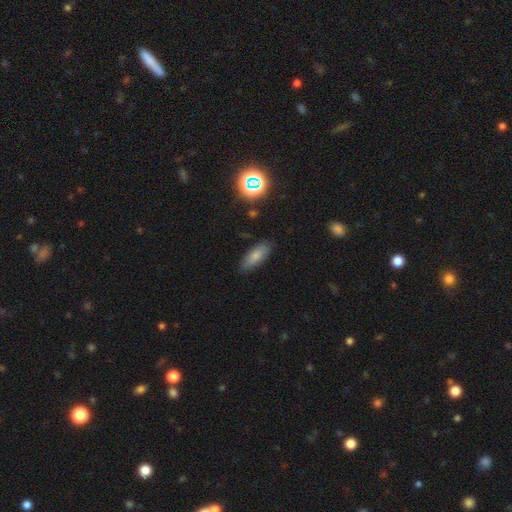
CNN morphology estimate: This is likely a smooth galaxy (77%). How rounded: likely in between (72%). Merging: clearly none (82%).